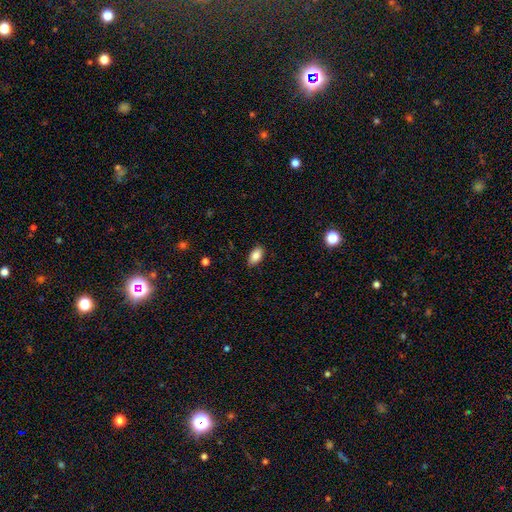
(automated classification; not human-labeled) Smooth or featured? smooth (86%)
How rounded? in between (93%)
Merging? none (86%)